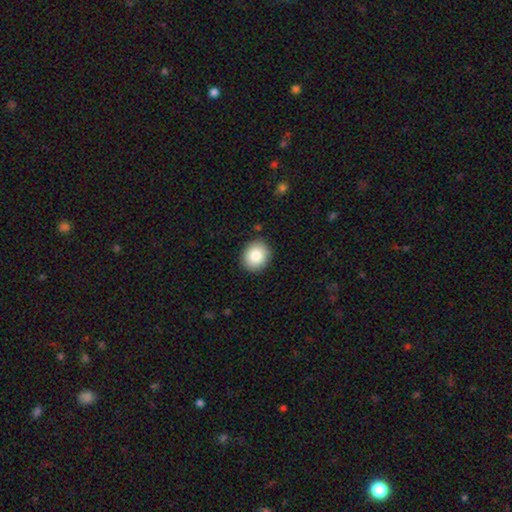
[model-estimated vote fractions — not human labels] Smooth or featured? Predicted: smooth (p=0.84). How rounded? Predicted: round (p=0.71). Merging? Predicted: none (p=0.89).